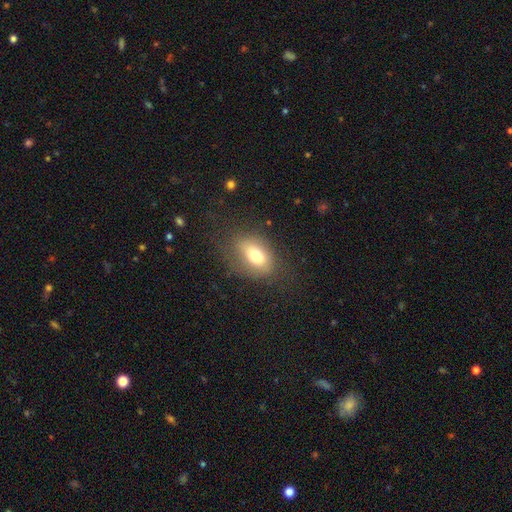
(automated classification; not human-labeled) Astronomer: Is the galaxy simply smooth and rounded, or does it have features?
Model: smooth — 73%.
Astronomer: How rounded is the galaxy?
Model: in between — 80%.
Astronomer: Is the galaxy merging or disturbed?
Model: none — 70%.